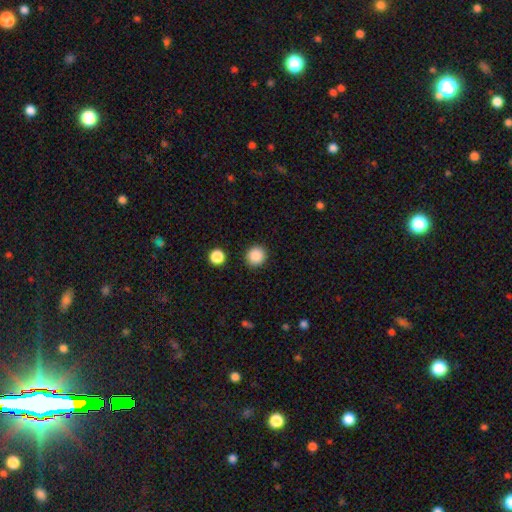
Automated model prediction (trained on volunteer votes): A smooth galaxy with no disk features (87%) that is round (93%). Merging: none (91%).